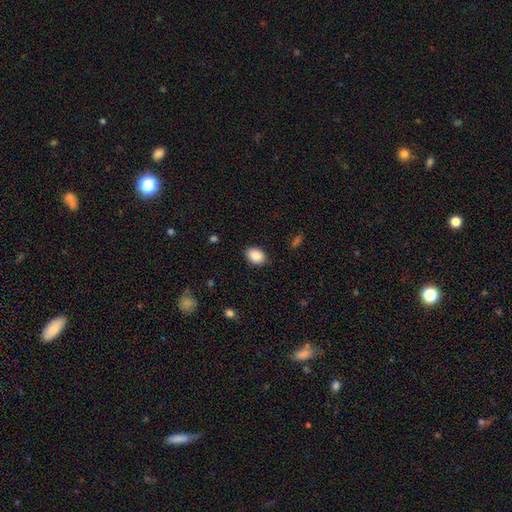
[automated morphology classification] The model was most divided on "how rounded": in between: 76%, round: 23%, cigar-shaped: 1%. More confident: smooth or featured — smooth (89%); merging — none (86%).